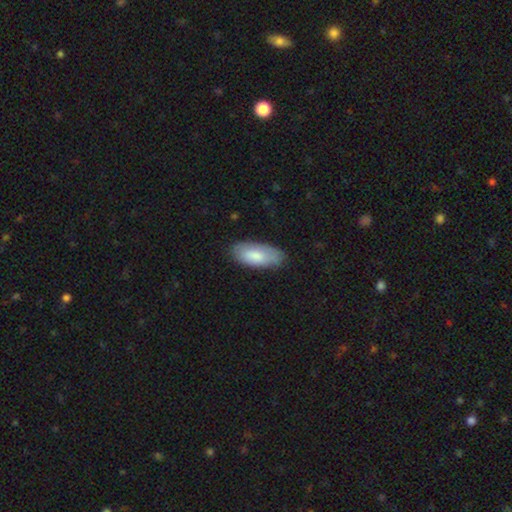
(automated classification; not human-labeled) Morphology: type=smooth (79%); roundness=in between (88%); merging=none (77%).